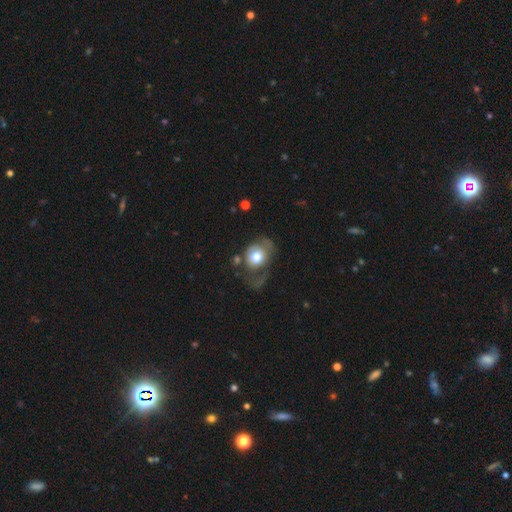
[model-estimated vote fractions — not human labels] smooth 56%, featured or disk 36%, star or artifact 8%. Down the decision tree: how rounded — round (56%); merging — major disturbance (44%).